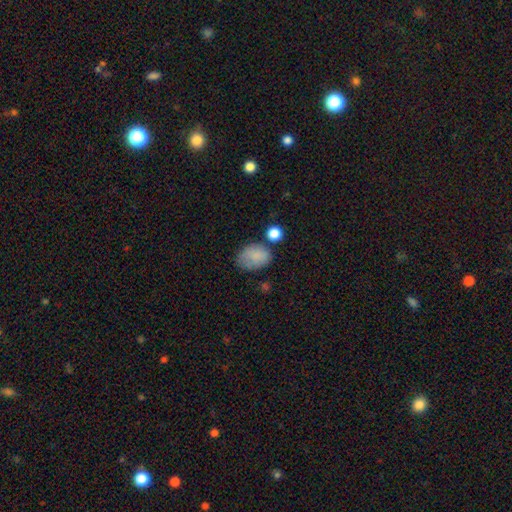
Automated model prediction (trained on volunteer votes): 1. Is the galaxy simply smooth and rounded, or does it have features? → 80% smooth, 11% featured or disk, 10% star or artifact.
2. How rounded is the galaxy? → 73% in between, 26% round, 1% cigar-shaped.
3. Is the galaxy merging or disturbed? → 55% none, 27% minor disturbance, 10% major disturbance, 8% merger.